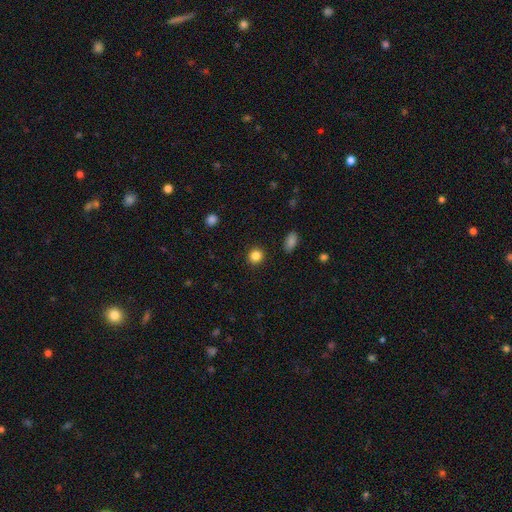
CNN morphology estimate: type=smooth (85%); roundness=round (87%); merging=none (92%).